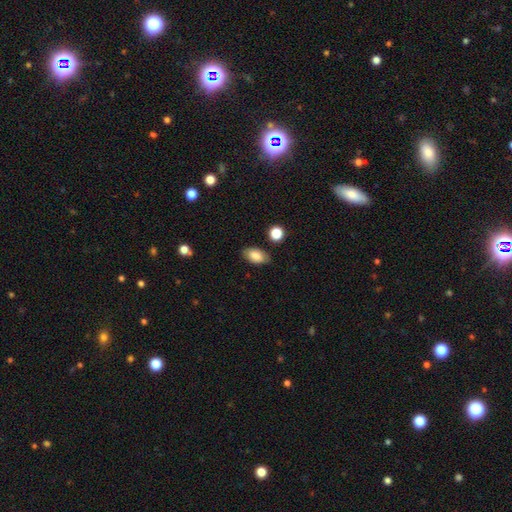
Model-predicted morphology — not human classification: smooth_or_featured: smooth (p=0.83) [alt: featured or disk p=0.09]
how_rounded: in between (p=0.92) [alt: round p=0.06]
merging: none (p=0.81) [alt: minor disturbance p=0.14]